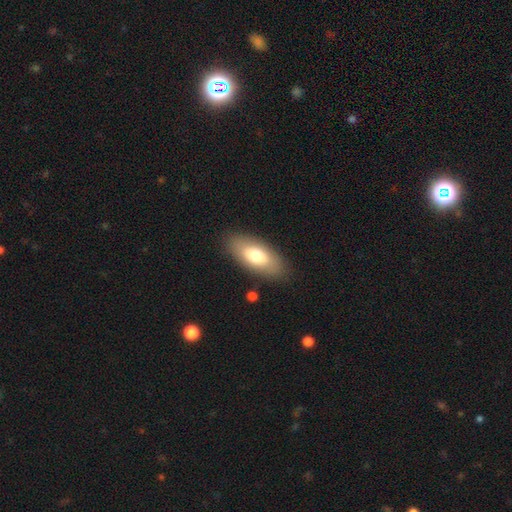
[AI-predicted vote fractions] Overall: smooth (73%). How rounded: in between (87%). Merging: none (85%).